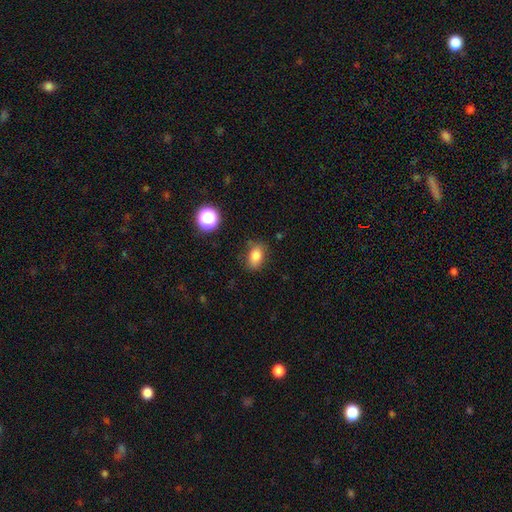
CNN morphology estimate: A smooth galaxy with no disk features (83%) that is in between round and cigar-shaped (80%).

Vote fractions:
- Smooth or featured? smooth: 83% / star or artifact: 11% / featured or disk: 6%
- How rounded? in between: 80% / round: 18% / cigar-shaped: 2%
- Merging? none: 77% / minor disturbance: 16% / major disturbance: 4% / merger: 2%